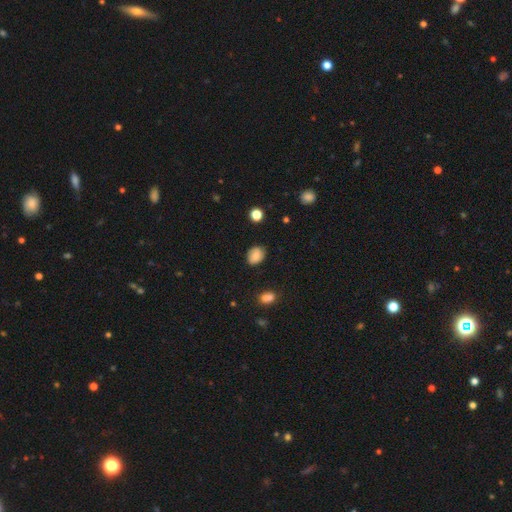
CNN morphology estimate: Smooth or featured? smooth (78%)
How rounded? in between (66%)
Merging? none (77%)